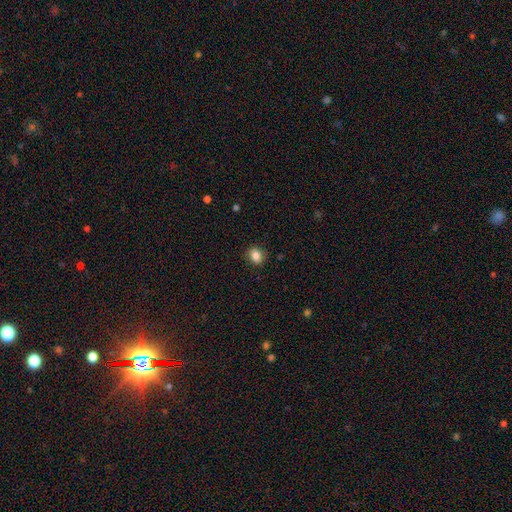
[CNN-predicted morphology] A smooth galaxy with no disk features (84%) that is round (55%). Merging: none (85%).